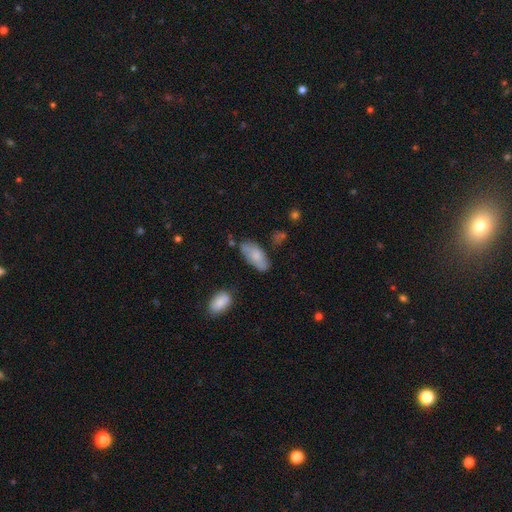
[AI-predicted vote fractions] smooth-or-featured: smooth: 73% | featured or disk: 21% | star or artifact: 6%
  how-rounded: in between: 85% | cigar-shaped: 12% | round: 2%
  merging: none: 66% | minor disturbance: 24% | major disturbance: 6% | merger: 5%